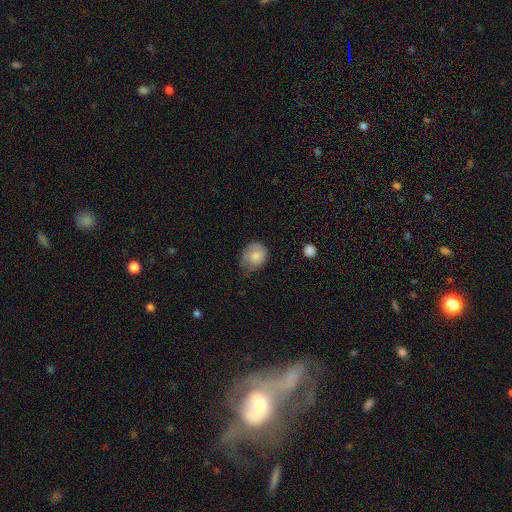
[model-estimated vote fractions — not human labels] Smooth or featured? smooth (82%)
How rounded? round (60%)
Merging? none (51%)